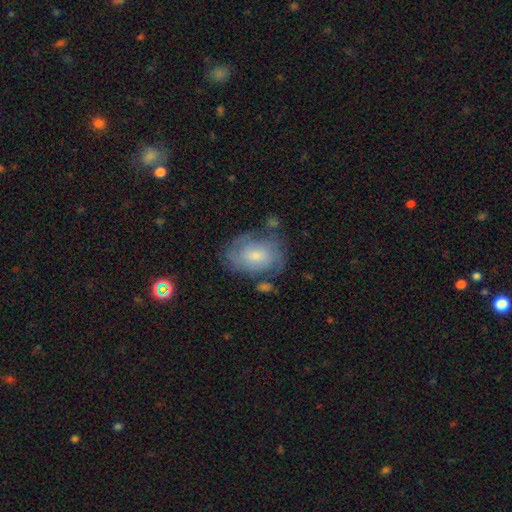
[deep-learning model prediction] Smooth or featured?
  - featured or disk: 54% *
  - smooth: 38%
  - star or artifact: 8%
Edge-on disk?
  - no: 96% *
  - yes: 4%
Bar?
  - no: 68% *
  - weak: 28%
  - strong: 5%
Spiral arms?
  - yes: 78% *
  - no: 22%
Bulge size?
  - small: 62% *
  - moderate: 30%
  - none: 3%
  - large: 3%
  - dominant: 1%
Merging?
  - none: 59% *
  - minor disturbance: 24%
  - major disturbance: 12%
  - merger: 5%